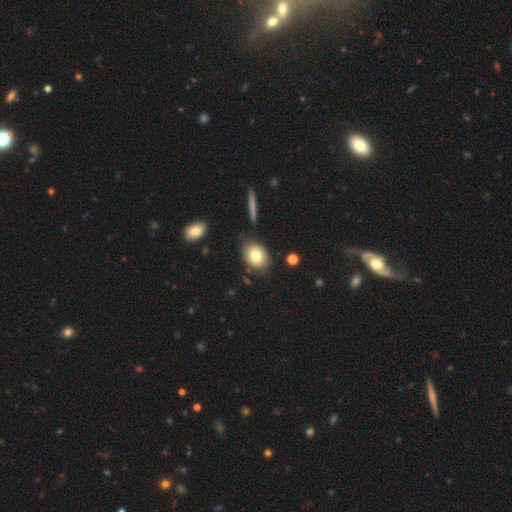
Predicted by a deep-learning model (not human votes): Smooth or featured? smooth (76%)
How rounded? in between (60%)
Merging? none (81%)